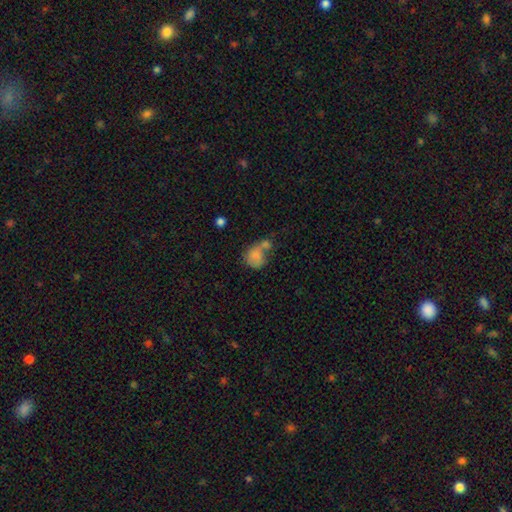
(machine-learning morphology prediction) The model was most divided on "how rounded": round: 59%, in between: 40%, cigar-shaped: 1%. Remaining: smooth or featured — smooth (76%); merging — merger (50%).